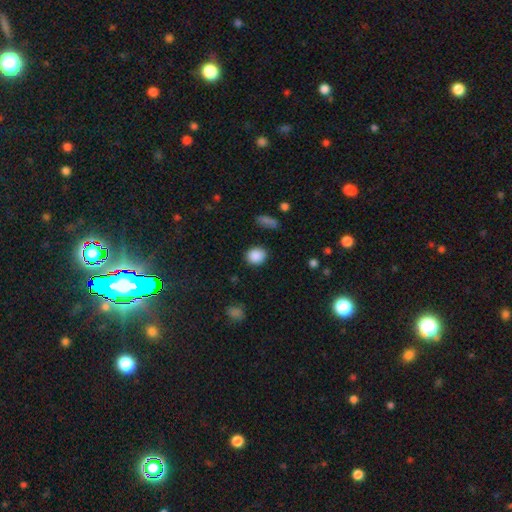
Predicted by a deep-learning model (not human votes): This is clearly a smooth galaxy (88%). How rounded: likely round (69%). Merging: clearly none (86%).